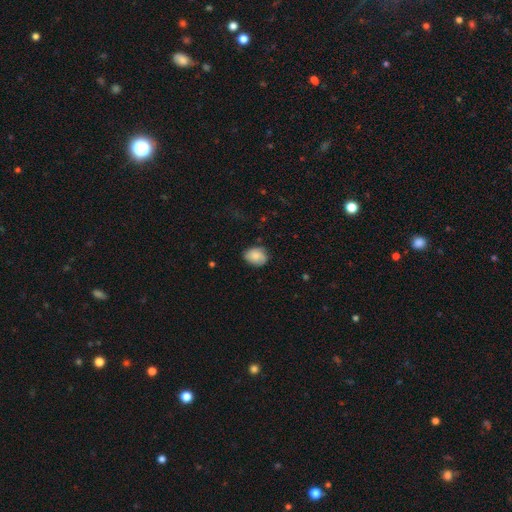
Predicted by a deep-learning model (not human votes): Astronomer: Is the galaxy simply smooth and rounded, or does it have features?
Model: smooth — 75%.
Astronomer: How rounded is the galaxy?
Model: in between — 54% (runner-up: round, 45%).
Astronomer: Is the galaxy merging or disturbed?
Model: none — 73%.